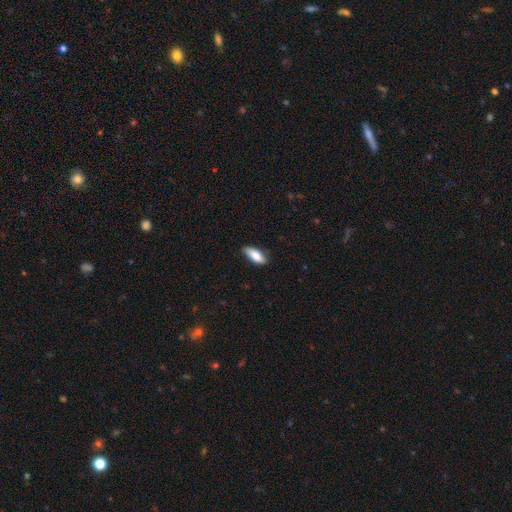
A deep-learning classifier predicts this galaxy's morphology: A smooth galaxy with no disk features (78%) that is in between round and cigar-shaped (73%).

Vote fractions:
- Smooth or featured? smooth: 78% / featured or disk: 16% / star or artifact: 6%
- How rounded? in between: 73% / cigar-shaped: 25% / round: 2%
- Merging? none: 75% / minor disturbance: 20% / major disturbance: 3% / merger: 1%